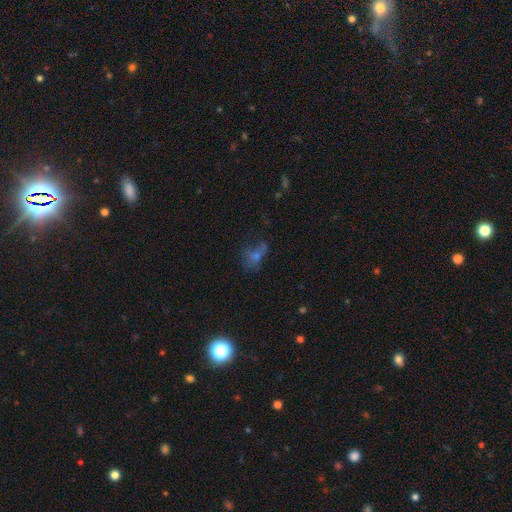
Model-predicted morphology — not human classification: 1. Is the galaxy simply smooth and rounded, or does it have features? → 41% smooth, 32% star or artifact, 27% featured or disk.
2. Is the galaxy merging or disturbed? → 42% none, 29% major disturbance, 22% minor disturbance, 7% merger.